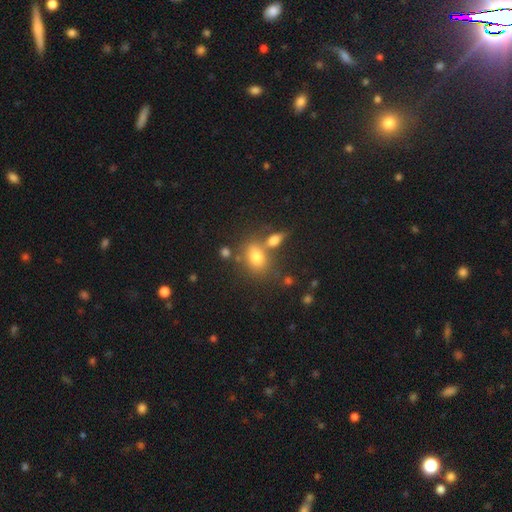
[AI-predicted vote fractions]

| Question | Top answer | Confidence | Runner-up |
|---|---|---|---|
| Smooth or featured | smooth | 68% | star or artifact (18%) |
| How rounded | in between | 68% | round (29%) |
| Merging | none | 54% | merger (30%) |